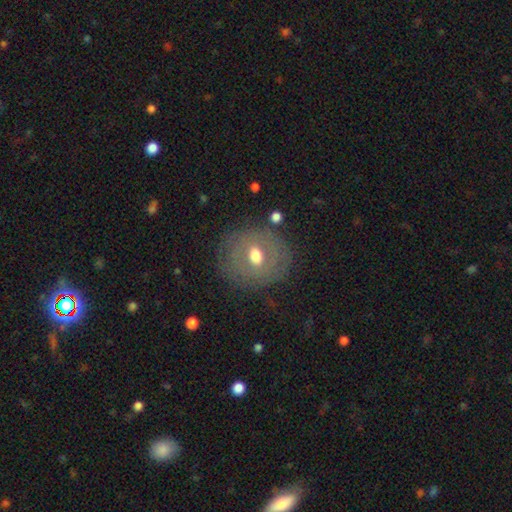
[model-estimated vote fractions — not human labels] Smooth or featured? Predicted: featured or disk (p=0.46). Merging? Predicted: none (p=0.77).